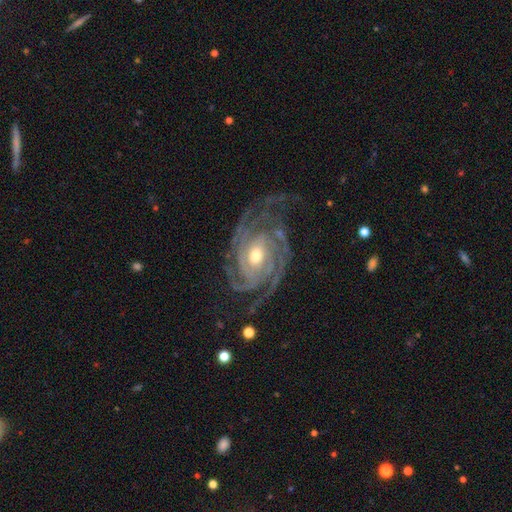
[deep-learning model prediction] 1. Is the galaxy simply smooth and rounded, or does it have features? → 94% featured or disk, 4% star or artifact, 3% smooth.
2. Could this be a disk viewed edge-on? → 97% no, 3% yes.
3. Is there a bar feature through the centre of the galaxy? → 61% no, 27% weak, 12% strong.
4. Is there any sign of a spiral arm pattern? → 99% yes, 1% no.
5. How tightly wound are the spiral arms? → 67% tight, 28% medium, 5% loose.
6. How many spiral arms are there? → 30% 3, 23% 4, 18% 2, 12% can't tell, 9% more than 4, 8% 1.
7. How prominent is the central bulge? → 67% moderate, 26% small, 5% large, 1% none, 1% dominant.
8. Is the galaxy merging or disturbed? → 70% none, 18% minor disturbance, 11% major disturbance, 2% merger.